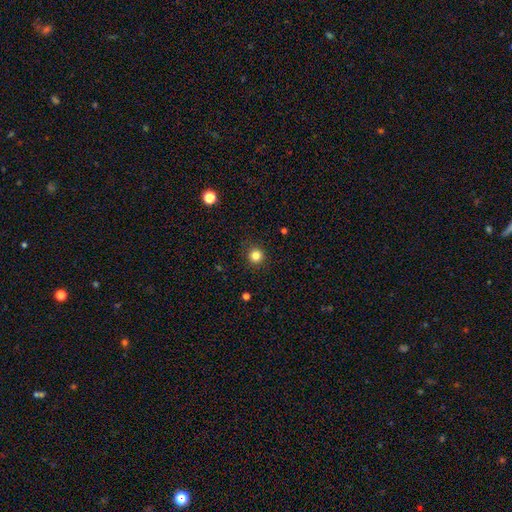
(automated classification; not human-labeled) Overall: smooth (83%). How rounded: round (94%). Merging: none (90%).